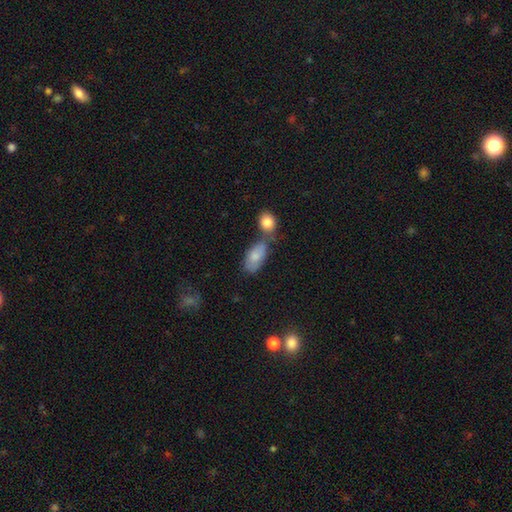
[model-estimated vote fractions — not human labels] Smooth or featured? smooth (78%)
How rounded? in between (90%)
Merging? merger (38%)